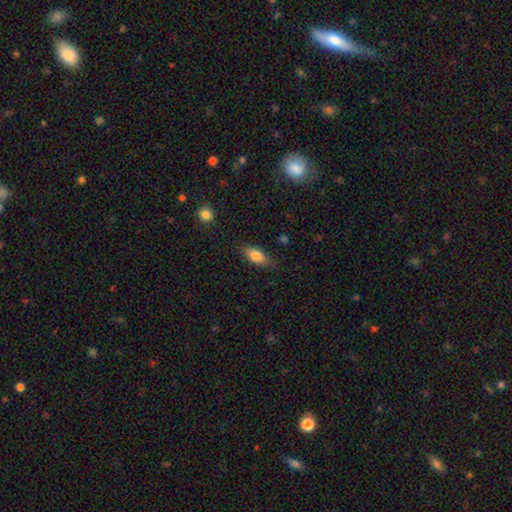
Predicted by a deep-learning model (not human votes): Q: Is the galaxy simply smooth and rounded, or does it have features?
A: smooth — 81%.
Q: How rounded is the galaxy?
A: in between — 84%.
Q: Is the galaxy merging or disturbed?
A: none — 76%.